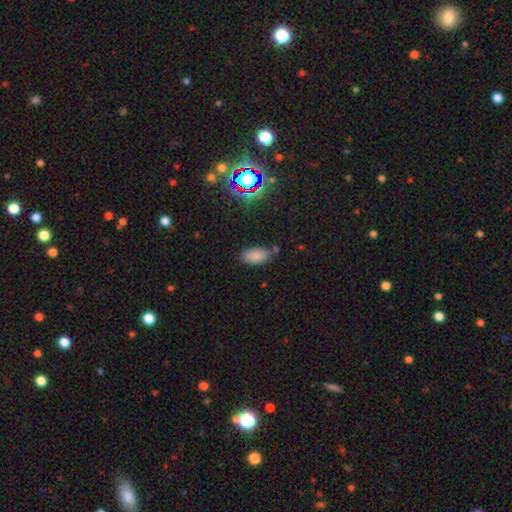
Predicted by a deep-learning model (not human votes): Smooth or featured? smooth (81%)
How rounded? in between (93%)
Merging? none (75%)